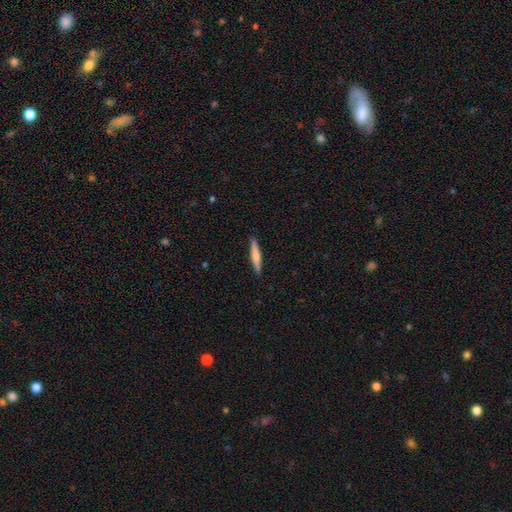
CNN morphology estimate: smooth_or_featured: smooth (p=0.57) [alt: featured or disk p=0.38]
how_rounded: cigar-shaped (p=0.93) [alt: in between p=0.06]
merging: none (p=0.91) [alt: minor disturbance p=0.07]